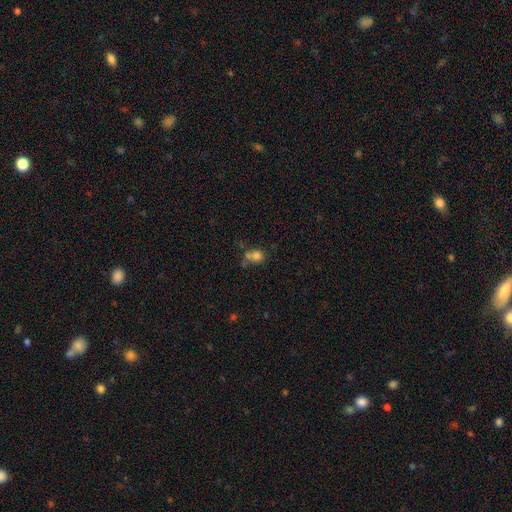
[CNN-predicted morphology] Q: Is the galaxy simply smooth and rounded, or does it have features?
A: smooth — 74%.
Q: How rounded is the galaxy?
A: round — 73%.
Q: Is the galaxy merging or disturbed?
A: none — 40%.